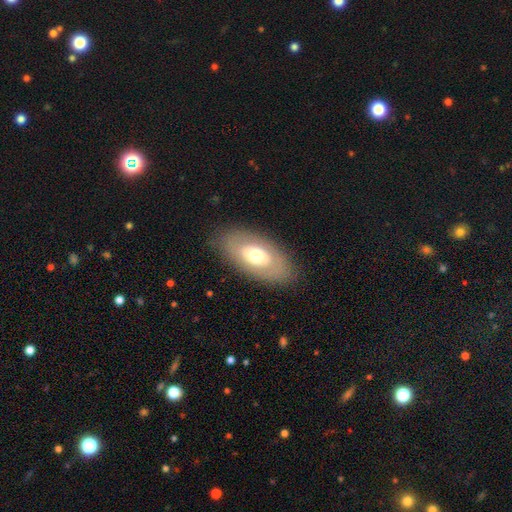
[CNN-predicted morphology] type=smooth (53%); roundness=in between (91%); merging=none (83%).